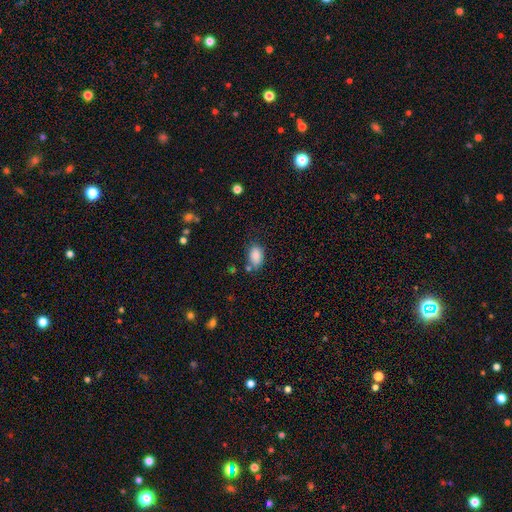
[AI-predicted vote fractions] Smooth or featured?
  - smooth: 87% *
  - star or artifact: 9%
  - featured or disk: 5%
How rounded?
  - in between: 87% *
  - round: 11%
  - cigar-shaped: 2%
Merging?
  - none: 65% *
  - minor disturbance: 21%
  - merger: 8%
  - major disturbance: 6%